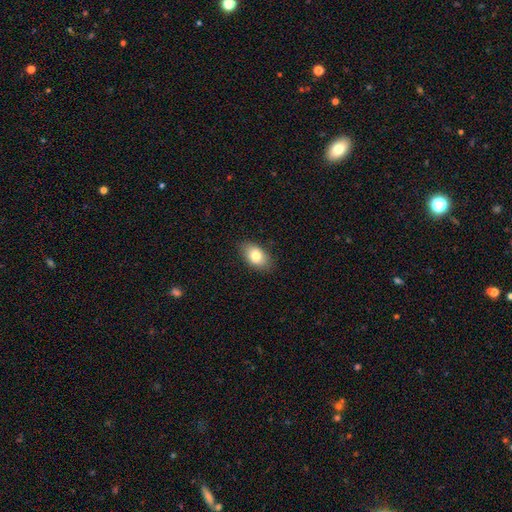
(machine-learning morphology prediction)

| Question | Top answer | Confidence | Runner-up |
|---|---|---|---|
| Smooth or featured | smooth | 79% | featured or disk (13%) |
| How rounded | in between | 90% | round (8%) |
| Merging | none | 86% | minor disturbance (11%) |